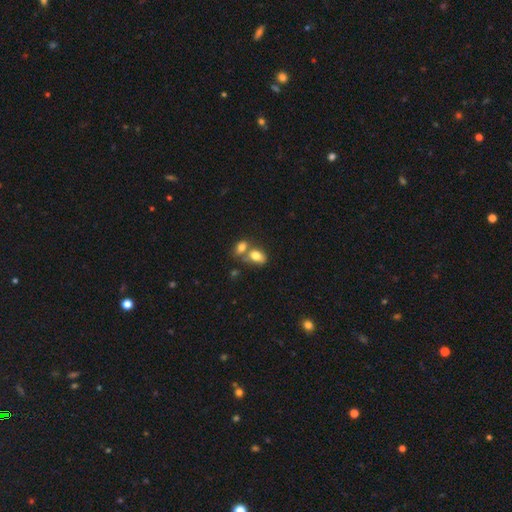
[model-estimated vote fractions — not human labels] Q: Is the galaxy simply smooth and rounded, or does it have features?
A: smooth — 79%.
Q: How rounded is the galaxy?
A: in between — 86%.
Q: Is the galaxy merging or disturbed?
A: merger — 54%.